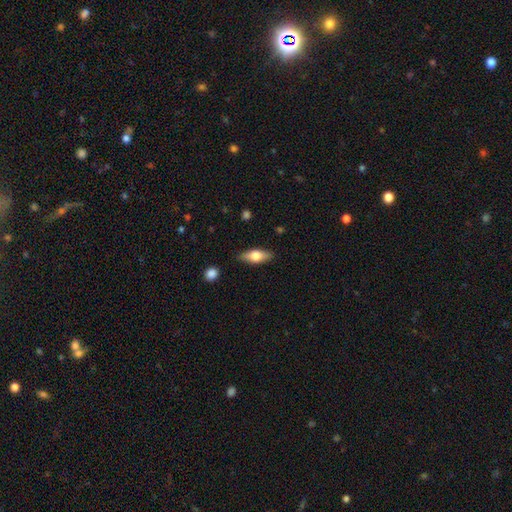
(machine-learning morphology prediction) Smooth or featured?
  - smooth: 63% *
  - featured or disk: 30%
  - star or artifact: 6%
How rounded?
  - in between: 74% *
  - cigar-shaped: 22%
  - round: 3%
Merging?
  - none: 85% *
  - minor disturbance: 12%
  - major disturbance: 2%
  - merger: 2%